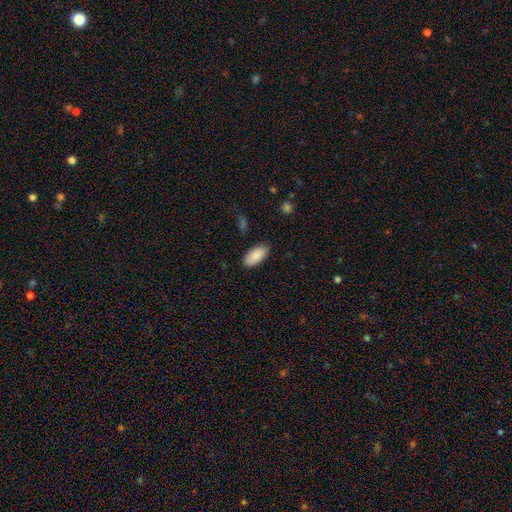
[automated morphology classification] type=smooth (89%); roundness=in between (93%); merging=none (87%).